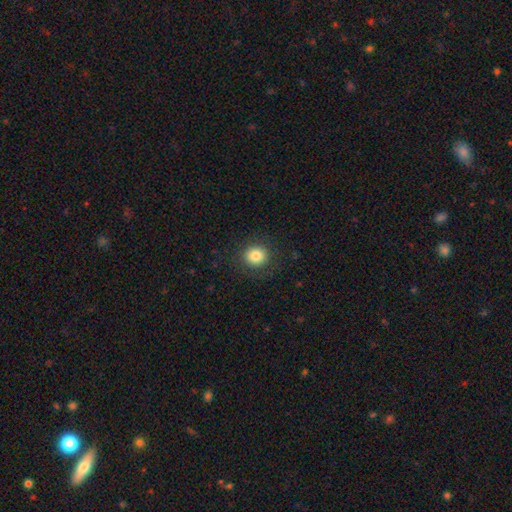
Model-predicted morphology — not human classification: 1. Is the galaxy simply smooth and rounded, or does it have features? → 83% smooth, 10% star or artifact, 6% featured or disk.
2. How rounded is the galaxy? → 85% round, 14% in between, 1% cigar-shaped.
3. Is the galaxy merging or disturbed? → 87% none, 8% minor disturbance, 4% major disturbance, 1% merger.